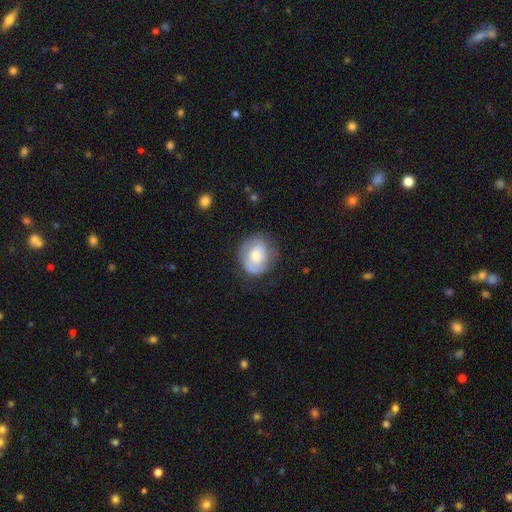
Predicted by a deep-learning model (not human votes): smooth 53%, featured or disk 40%, star or artifact 7%. Down the decision tree: how rounded — round (63%); merging — none (62%).